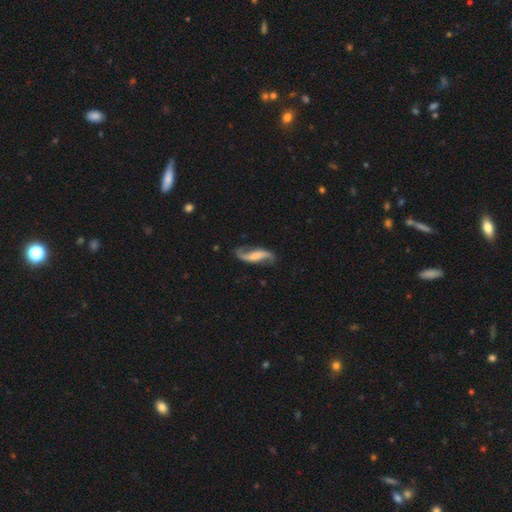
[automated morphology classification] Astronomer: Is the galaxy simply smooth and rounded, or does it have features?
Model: featured or disk — 83%.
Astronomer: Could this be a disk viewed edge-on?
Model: no — 93%.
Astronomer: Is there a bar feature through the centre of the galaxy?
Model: weak — 36% (runner-up: no, 34%).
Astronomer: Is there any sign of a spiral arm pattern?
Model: yes — 96%.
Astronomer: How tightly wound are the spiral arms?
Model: loose — 79%.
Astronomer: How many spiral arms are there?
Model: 2 — 92%.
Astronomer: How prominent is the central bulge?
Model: none — 38% (runner-up: small, 27%).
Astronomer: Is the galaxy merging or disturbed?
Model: none — 74%.